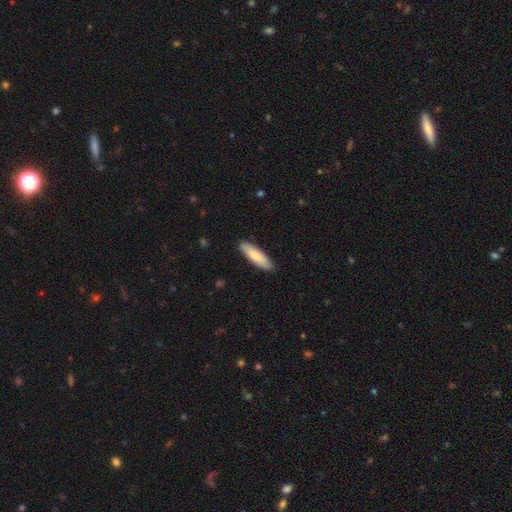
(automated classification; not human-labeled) smooth-or-featured: smooth: 83% | featured or disk: 12% | star or artifact: 5%
  how-rounded: cigar-shaped: 62% | in between: 37% | round: 1%
  merging: none: 88% | minor disturbance: 9% | major disturbance: 2% | merger: 1%